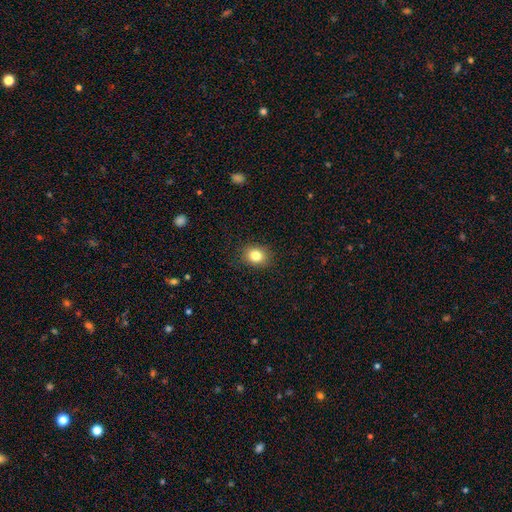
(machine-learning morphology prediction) The model was most divided on "how rounded": round: 57%, in between: 42%, cigar-shaped: 1%. More confident: merging — none (88%); smooth or featured — smooth (83%).